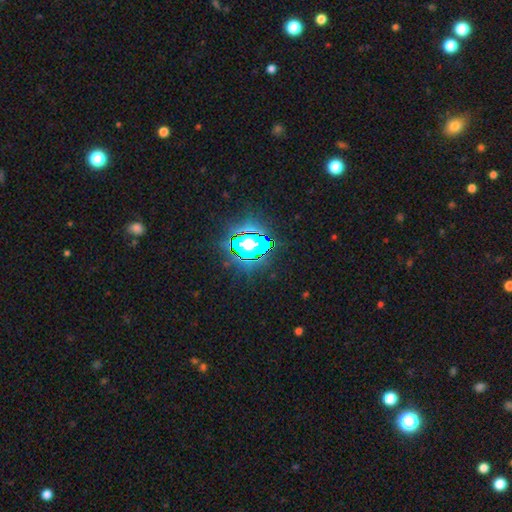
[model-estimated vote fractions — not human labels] Smooth or featured? star or artifact (63%)